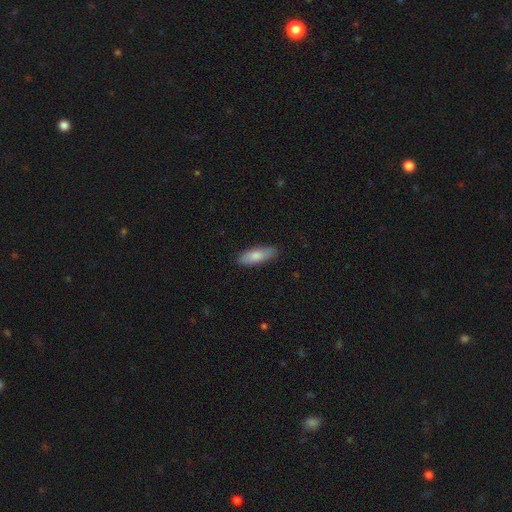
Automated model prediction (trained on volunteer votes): Smooth or featured?
  - smooth: 81% *
  - featured or disk: 13%
  - star or artifact: 5%
How rounded?
  - in between: 61% *
  - cigar-shaped: 37%
  - round: 2%
Merging?
  - none: 87% *
  - minor disturbance: 10%
  - major disturbance: 2%
  - merger: 1%